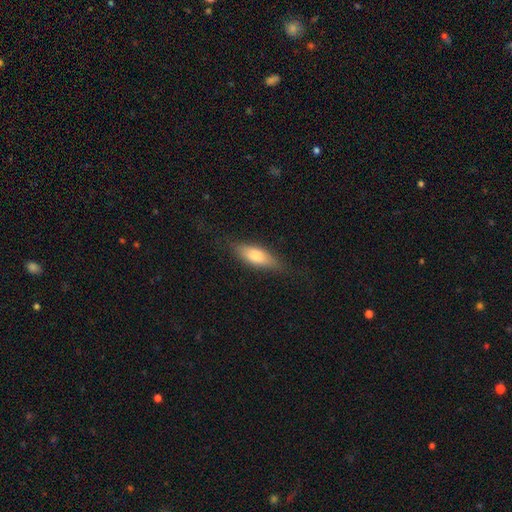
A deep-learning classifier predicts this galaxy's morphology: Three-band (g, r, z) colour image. It shows a smooth galaxy with no disk features (73%) that is in between round and cigar-shaped (62%). Merging: none (77%).